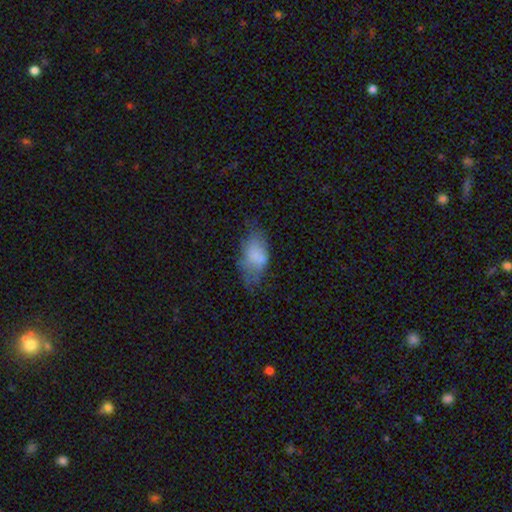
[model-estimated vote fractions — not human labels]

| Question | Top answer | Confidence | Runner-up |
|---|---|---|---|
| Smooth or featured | smooth | 69% | featured or disk (22%) |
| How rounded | in between | 91% | round (5%) |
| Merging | none | 42% | minor disturbance (32%) |